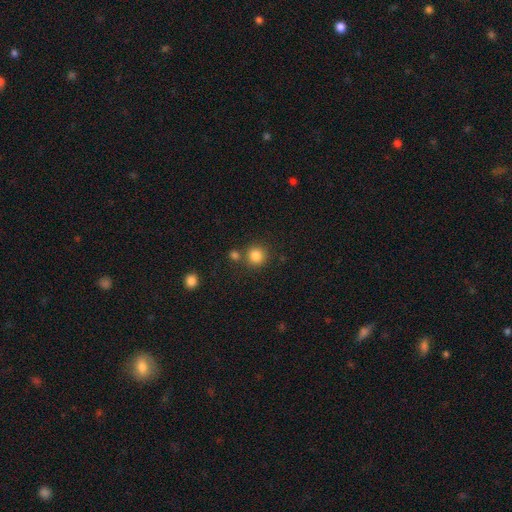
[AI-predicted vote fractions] This is clearly a smooth galaxy (84%). How rounded: clearly round (92%). Merging: likely none (78%).